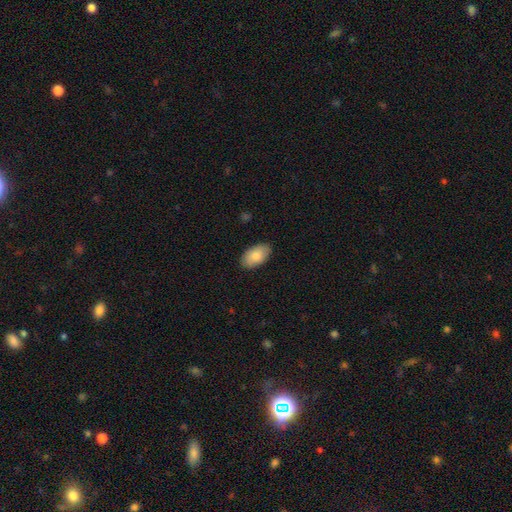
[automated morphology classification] smooth 84%, featured or disk 11%, star or artifact 6%. Down the decision tree: how rounded — in between (95%); merging — none (87%).